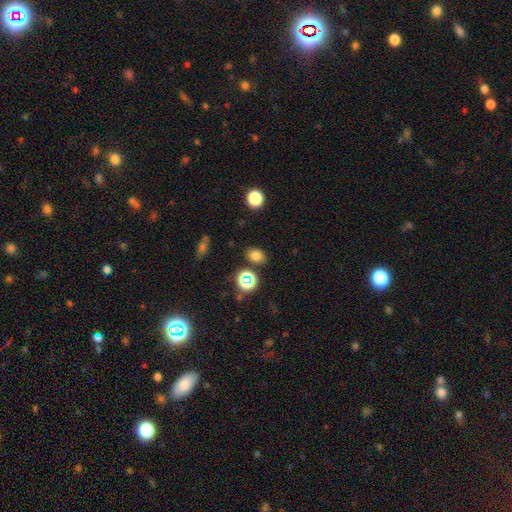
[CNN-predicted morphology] smooth_or_featured: smooth (p=0.75) [alt: star or artifact p=0.18]
how_rounded: in between (p=0.66) [alt: round p=0.32]
merging: none (p=0.82) [alt: minor disturbance p=0.10]